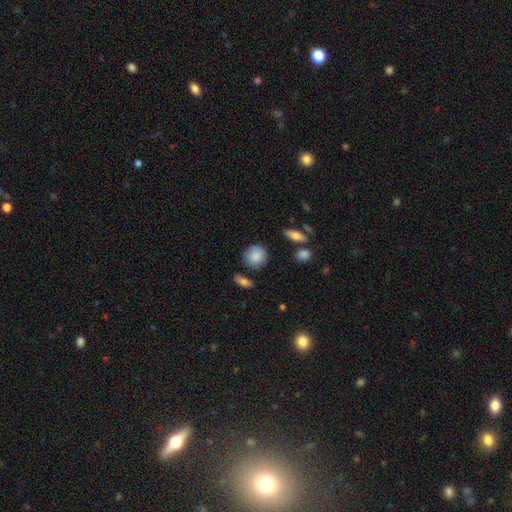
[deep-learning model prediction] smooth-or-featured: smooth: 85% | featured or disk: 7% | star or artifact: 7%
  how-rounded: round: 84% | in between: 15% | cigar-shaped: 1%
  merging: none: 75% | minor disturbance: 17% | merger: 4% | major disturbance: 4%